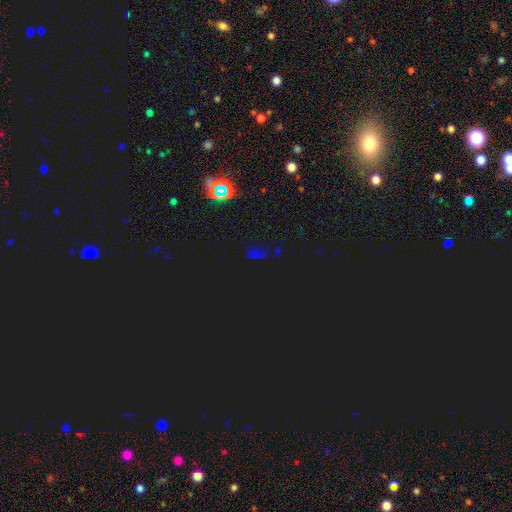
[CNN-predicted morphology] Smooth or featured? star or artifact (72%)